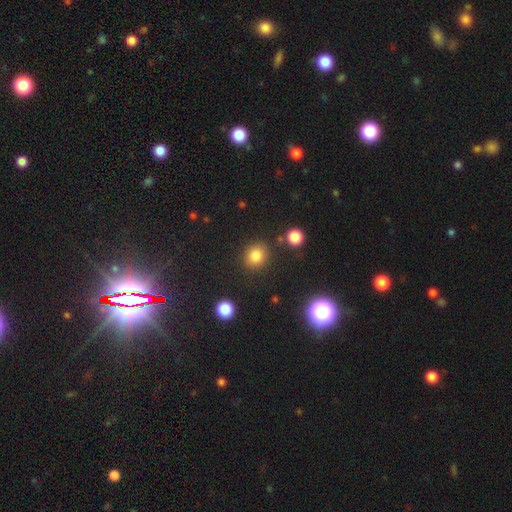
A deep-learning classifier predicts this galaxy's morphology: smooth 81%, star or artifact 13%, featured or disk 5%. Down the decision tree: how rounded — round (79%); merging — none (85%).